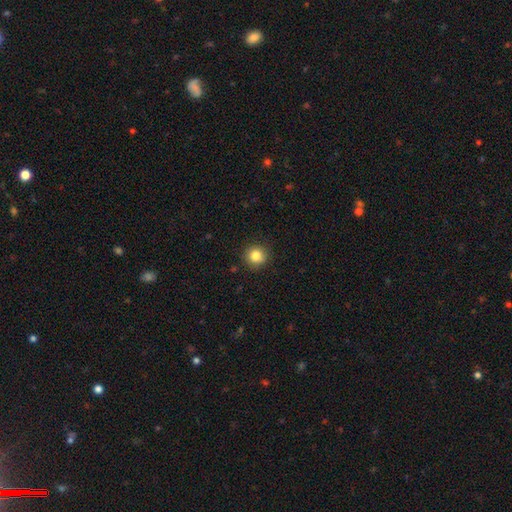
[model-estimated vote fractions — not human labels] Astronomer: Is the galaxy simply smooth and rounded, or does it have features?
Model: smooth — 84%.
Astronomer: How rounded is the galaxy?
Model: round — 93%.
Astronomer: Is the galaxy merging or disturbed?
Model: none — 91%.